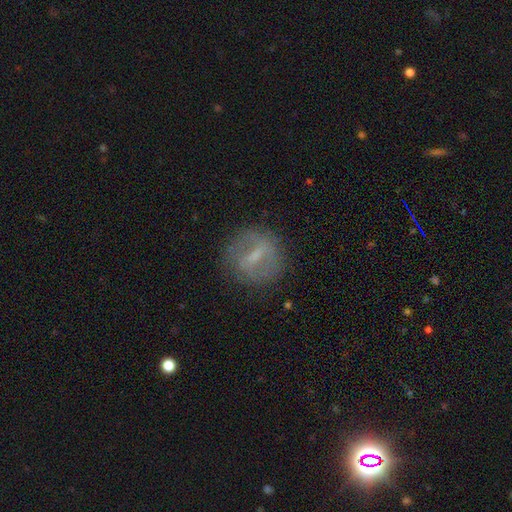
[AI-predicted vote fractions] This is possibly a featured or disk galaxy (59%). It is clearly not viewed edge-on (91%). Bar: marginally strong (45%). Spiral arm pattern: possibly no (51%). Central bulge: marginally small (44%). Merging: likely none (78%).